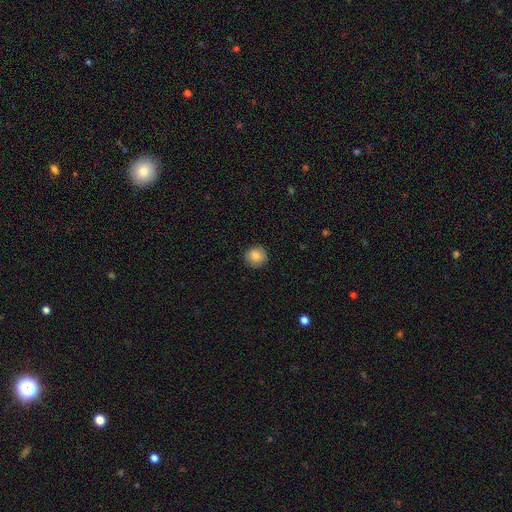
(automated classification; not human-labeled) Smooth or featured: smooth — 85% (star or artifact — 8%)
How rounded: round — 92% (in between — 7%)
Merging: none — 88% (minor disturbance — 9%)